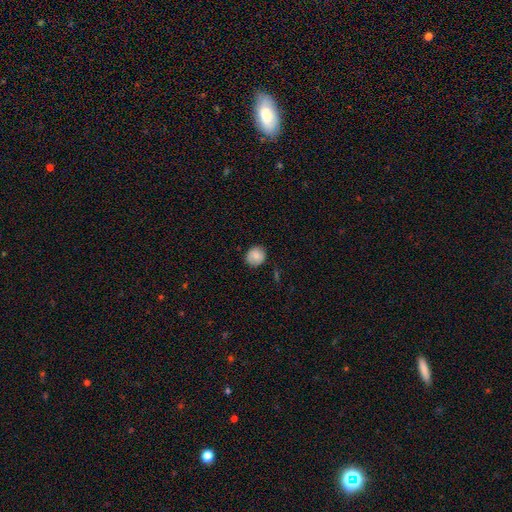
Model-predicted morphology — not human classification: Smooth or featured? Predicted: smooth (p=0.81). How rounded? Predicted: round (p=0.84). Merging? Predicted: none (p=0.82).